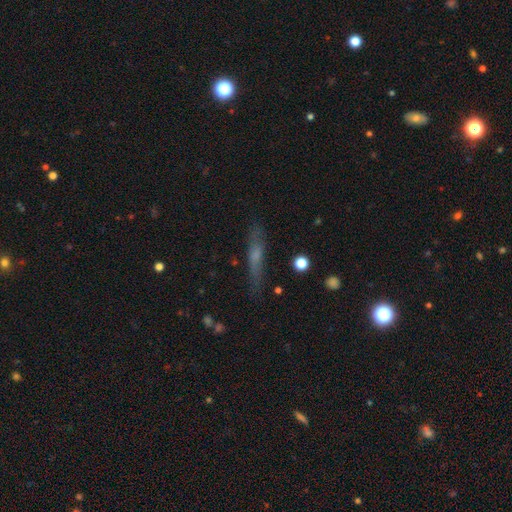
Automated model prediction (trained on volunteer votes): smooth-or-featured: smooth: 45% | featured or disk: 43% | star or artifact: 11%
  merging: none: 78% | minor disturbance: 15% | major disturbance: 5% | merger: 2%